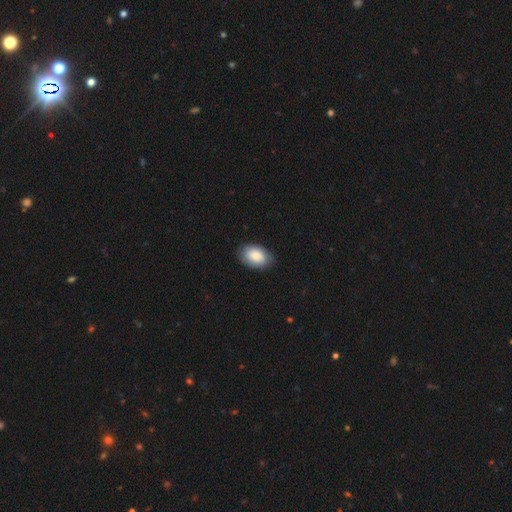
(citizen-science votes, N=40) This appears to be a smooth galaxy with no disk features (80%) that is in between round and cigar-shaped (81%). Merging: none (81%).